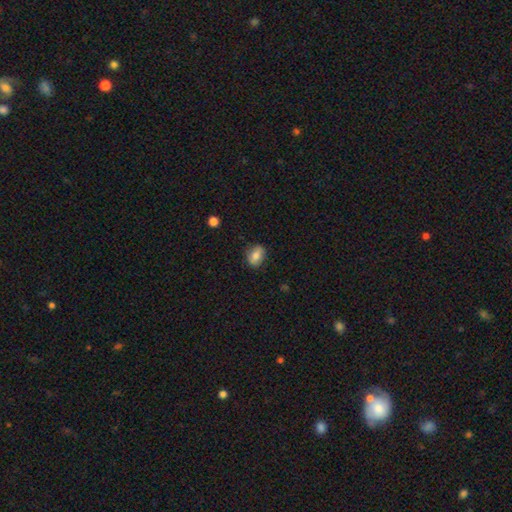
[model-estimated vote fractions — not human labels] Morphology: type=smooth (77%); roundness=in between (64%); merging=none (81%).